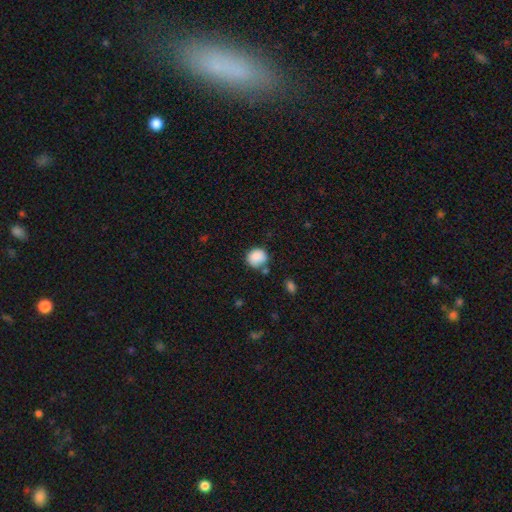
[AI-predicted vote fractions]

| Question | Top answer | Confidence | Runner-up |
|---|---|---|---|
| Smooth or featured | smooth | 87% | star or artifact (8%) |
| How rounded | round | 82% | in between (17%) |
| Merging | none | 65% | minor disturbance (19%) |